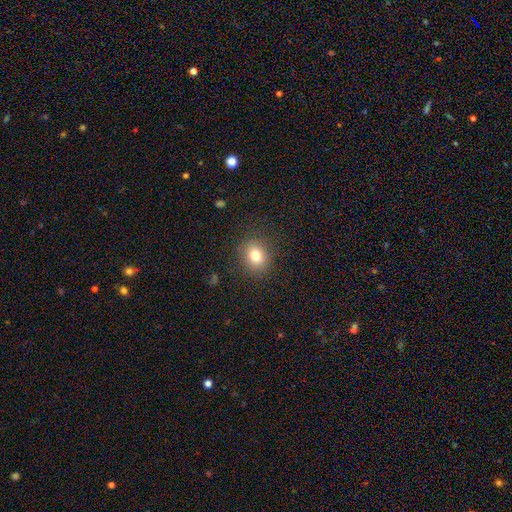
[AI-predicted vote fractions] Smooth or featured? smooth (79%)
How rounded? round (69%)
Merging? none (88%)